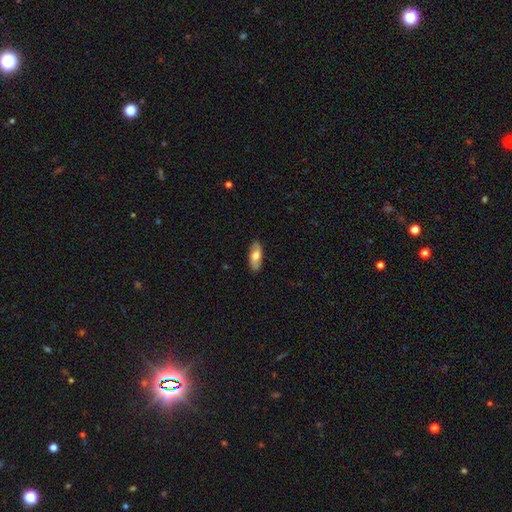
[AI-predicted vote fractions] Smooth or featured? Predicted: smooth (p=0.65). How rounded? Predicted: in between (p=0.83). Merging? Predicted: none (p=0.86).